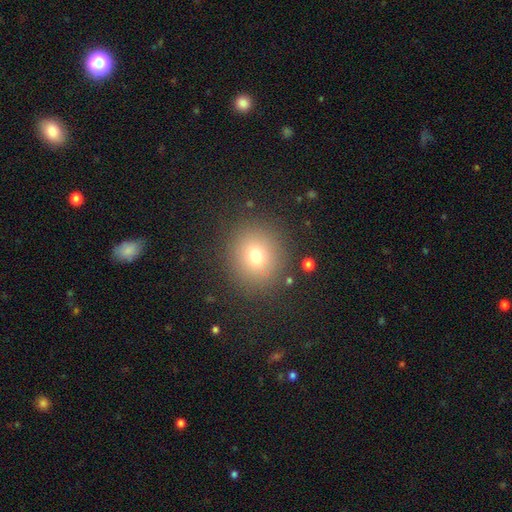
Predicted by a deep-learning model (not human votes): smooth-or-featured: smooth: 73% | star or artifact: 16% | featured or disk: 11%
  how-rounded: round: 87% | in between: 12% | cigar-shaped: 1%
  merging: none: 88% | minor disturbance: 7% | major disturbance: 3% | merger: 2%